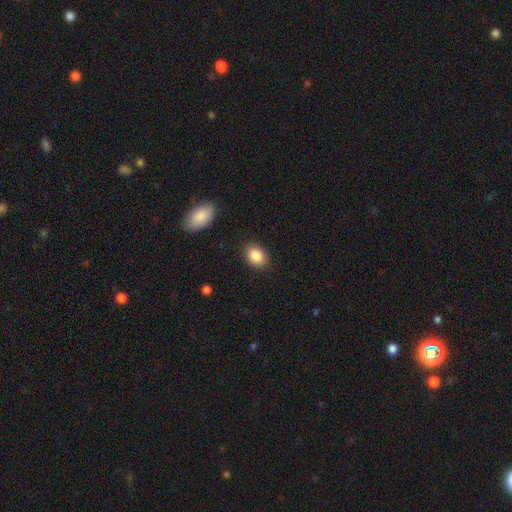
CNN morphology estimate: smooth 87%, star or artifact 8%, featured or disk 5%. Down the decision tree: how rounded — in between (78%); merging — none (87%).